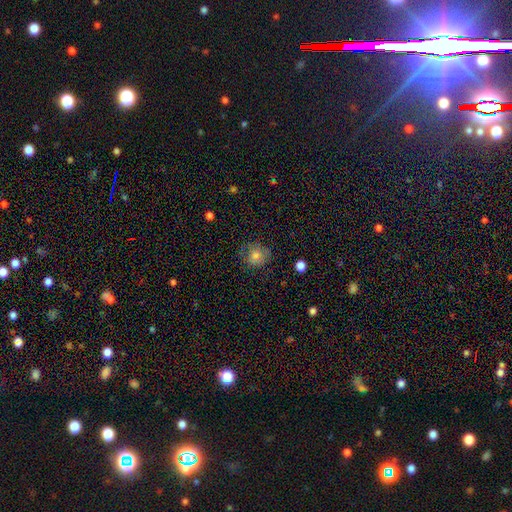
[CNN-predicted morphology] This appears to be a smooth galaxy with no disk features (71%) that is round (80%). Merging: none (71%).